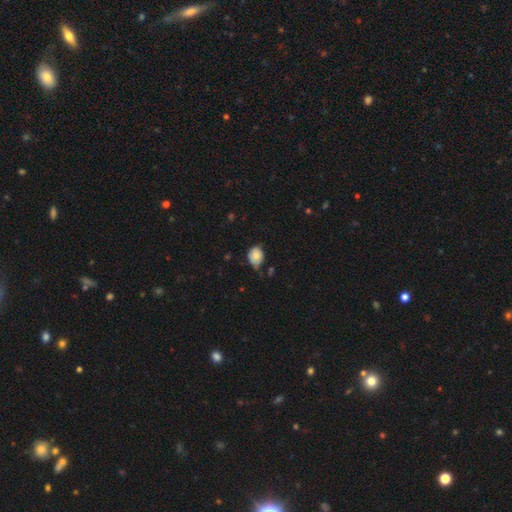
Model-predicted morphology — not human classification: Smooth or featured?
  - smooth: 80% *
  - featured or disk: 11%
  - star or artifact: 8%
How rounded?
  - round: 52% *
  - in between: 47%
  - cigar-shaped: 1%
Merging?
  - none: 52% *
  - minor disturbance: 37%
  - major disturbance: 7%
  - merger: 4%